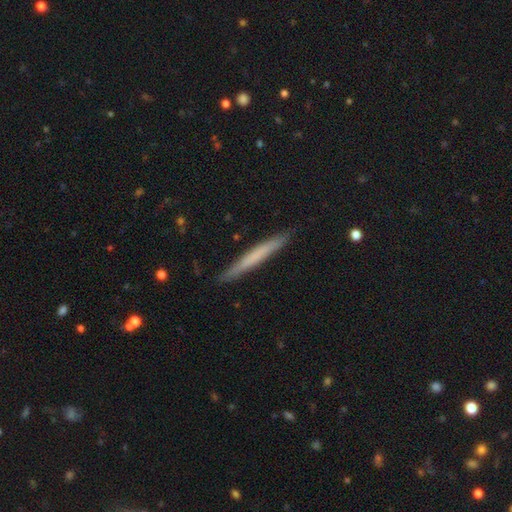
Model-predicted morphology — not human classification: Q: Smooth or featured?
A: smooth (58%); runner-up: featured or disk (37%)
Q: How rounded?
A: cigar-shaped (97%); runner-up: in between (2%)
Q: Merging?
A: none (90%); runner-up: minor disturbance (8%)